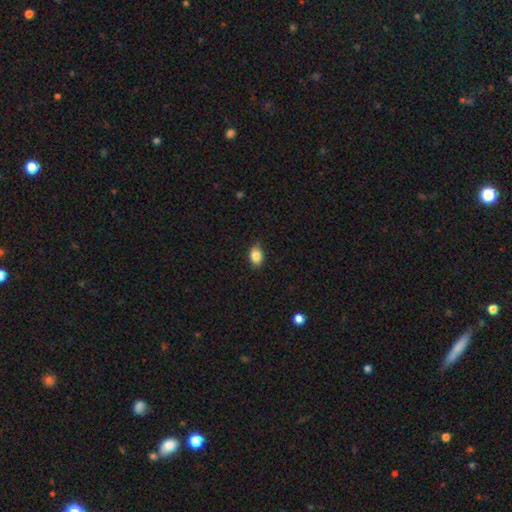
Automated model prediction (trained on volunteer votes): smooth 87%, star or artifact 8%, featured or disk 5%. Down the decision tree: how rounded — in between (81%); merging — none (85%).